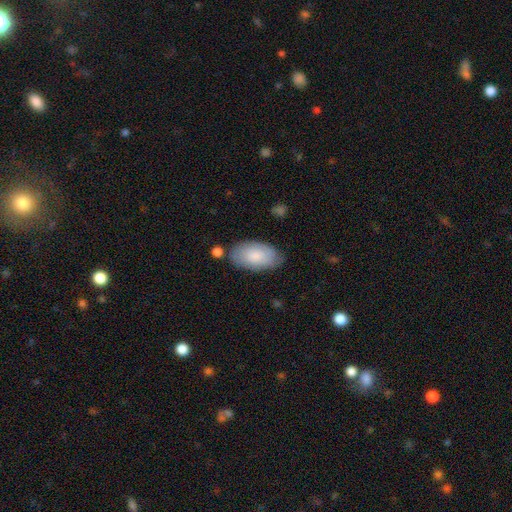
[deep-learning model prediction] A smooth galaxy with no disk features (78%) that is in between round and cigar-shaped (95%).

Vote fractions:
- Smooth or featured? smooth: 78% / featured or disk: 16% / star or artifact: 5%
- How rounded? in between: 95% / round: 3% / cigar-shaped: 2%
- Merging? none: 75% / minor disturbance: 18% / major disturbance: 4% / merger: 4%